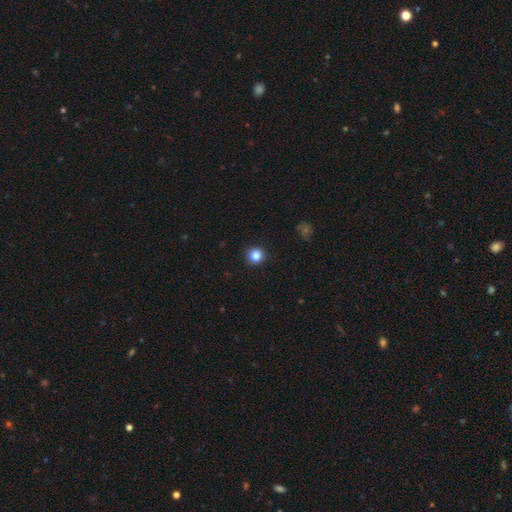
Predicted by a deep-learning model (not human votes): The model was most divided on "smooth or featured": smooth: 84%, star or artifact: 12%, featured or disk: 4%. More confident: how rounded — round (94%); merging — none (92%).